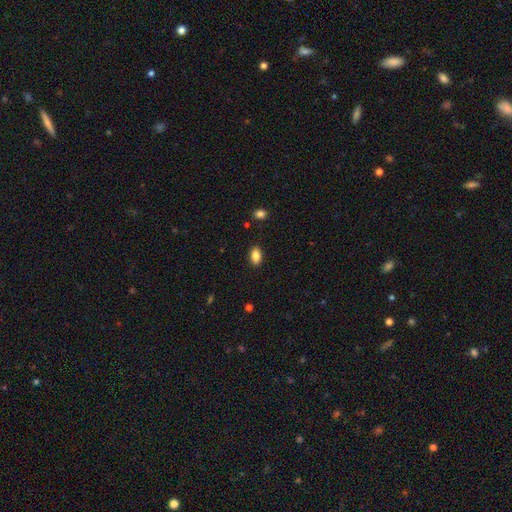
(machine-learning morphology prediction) Overall: smooth (87%). How rounded: in between (91%). Merging: none (88%).